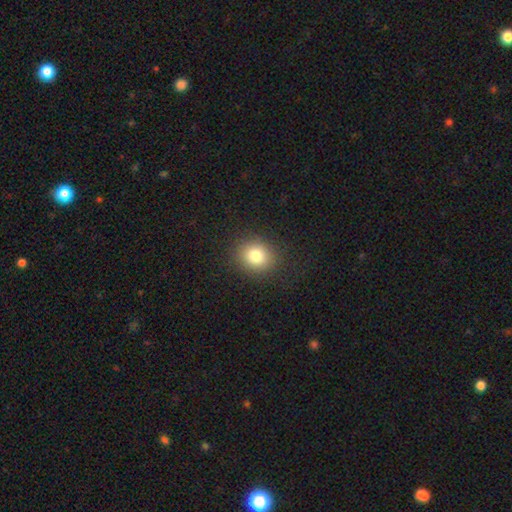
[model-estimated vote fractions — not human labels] Smooth or featured? Predicted: smooth (p=0.81). How rounded? Predicted: round (p=0.76). Merging? Predicted: none (p=0.88).